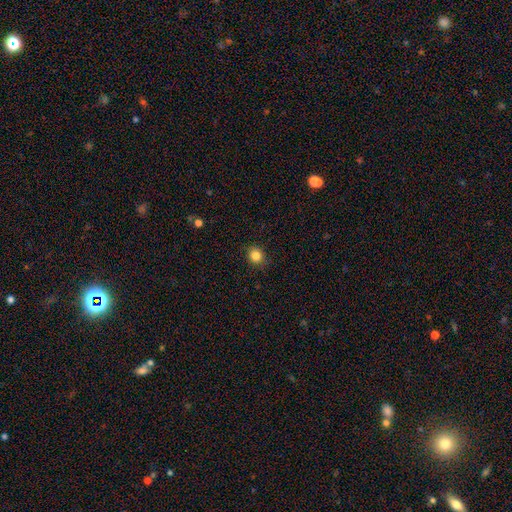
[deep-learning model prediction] Q: Smooth or featured?
A: smooth (85%); runner-up: star or artifact (11%)
Q: How rounded?
A: round (83%); runner-up: in between (16%)
Q: Merging?
A: none (89%); runner-up: minor disturbance (8%)